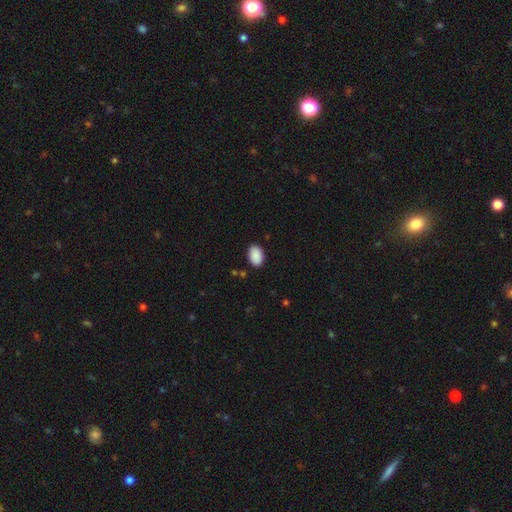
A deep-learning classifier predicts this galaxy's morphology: Overall: smooth (90%). How rounded: in between (88%). Merging: none (88%).